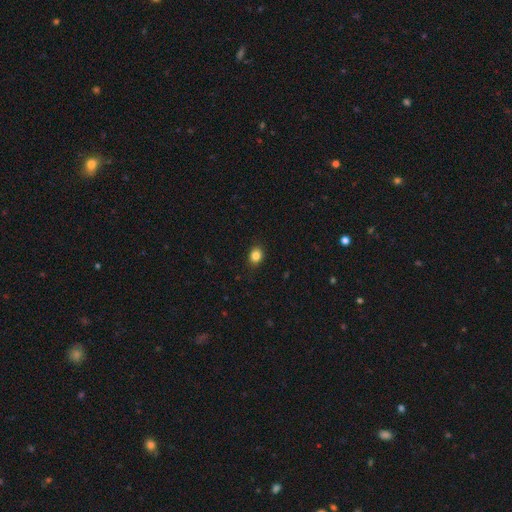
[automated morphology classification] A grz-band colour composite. It shows a smooth galaxy with no disk features (85%) that is round (55%). Merging: none (88%).